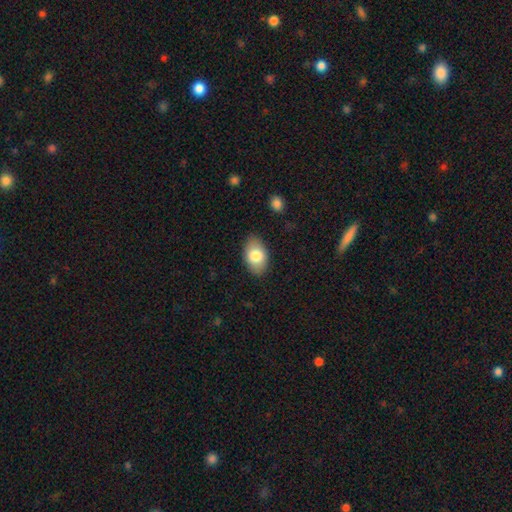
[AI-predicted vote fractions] Smooth or featured?
  - smooth: 80% *
  - featured or disk: 13%
  - star or artifact: 6%
How rounded?
  - in between: 92% *
  - round: 7%
  - cigar-shaped: 1%
Merging?
  - none: 85% *
  - minor disturbance: 11%
  - major disturbance: 2%
  - merger: 1%